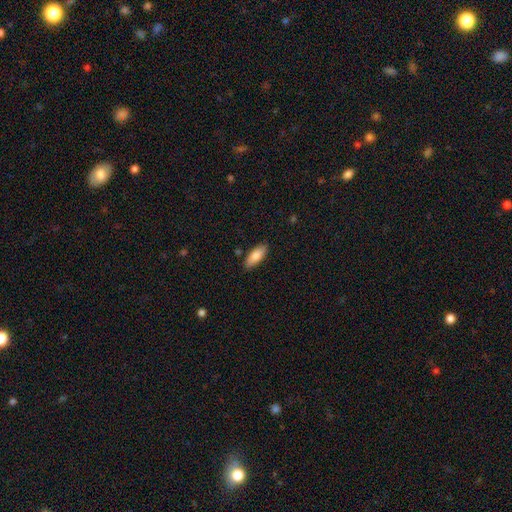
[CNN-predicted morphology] Smooth or featured? smooth (84%)
How rounded? in between (77%)
Merging? none (85%)